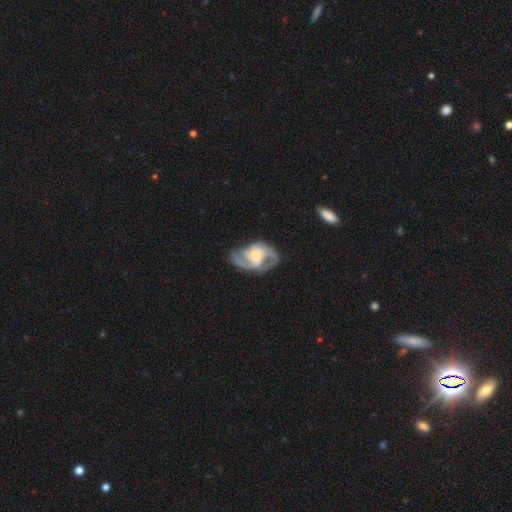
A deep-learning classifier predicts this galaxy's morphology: smooth-or-featured: featured or disk: 88% | smooth: 8% | star or artifact: 4%
  disk-edge-on: no: 98% | yes: 2%
    bar: no: 49% | weak: 39% | strong: 12%
    has-spiral-arms: yes: 97% | no: 3%
      spiral-winding: medium: 56% | tight: 25% | loose: 19%
      spiral-arm-count: 2: 53% | 3: 30% | can't tell: 7% | 4: 4% | 1: 3% | more than 4: 3%
    bulge-size: moderate: 54% | small: 39% | large: 4% | none: 2% | dominant: 1%
  merging: none: 70% | minor disturbance: 19% | major disturbance: 9% | merger: 2%